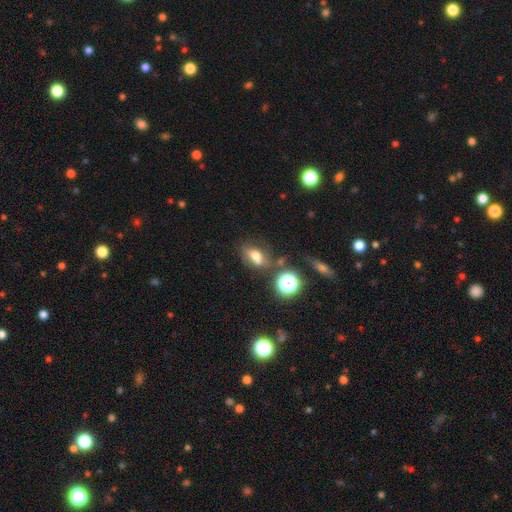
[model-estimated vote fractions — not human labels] smooth-or-featured: smooth: 57% | star or artifact: 28% | featured or disk: 15%
  how-rounded: in between: 66% | round: 30% | cigar-shaped: 3%
  merging: none: 73% | minor disturbance: 13% | merger: 10% | major disturbance: 5%